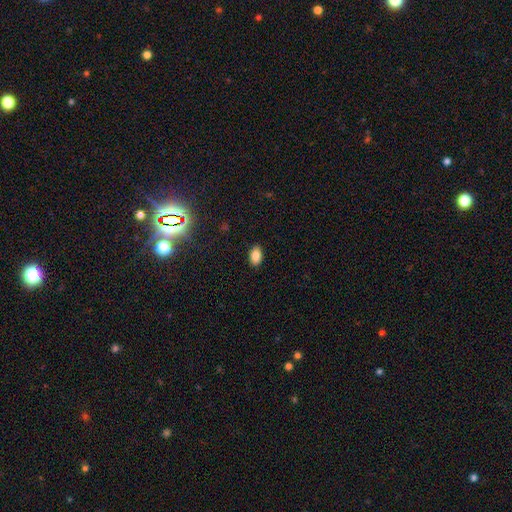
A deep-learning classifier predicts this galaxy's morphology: smooth 85%, star or artifact 10%, featured or disk 5%. Down the decision tree: how rounded — in between (90%); merging — none (88%).